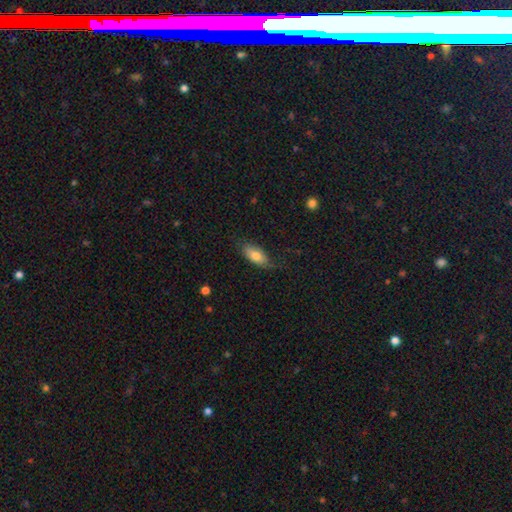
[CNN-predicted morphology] Smooth or featured? smooth (77%)
How rounded? in between (88%)
Merging? none (71%)